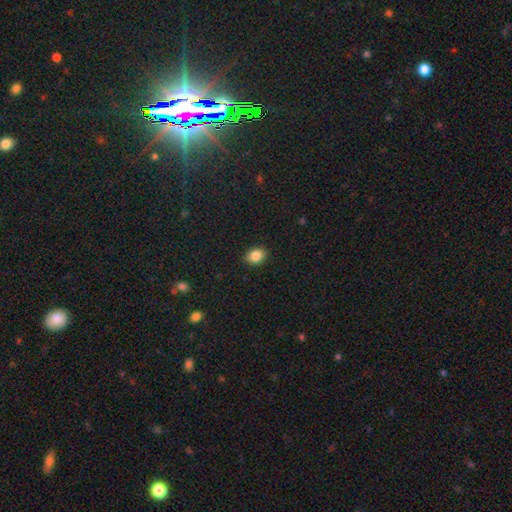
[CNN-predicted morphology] A smooth galaxy with no disk features (86%) that is in between round and cigar-shaped (66%). Merging: none (88%).